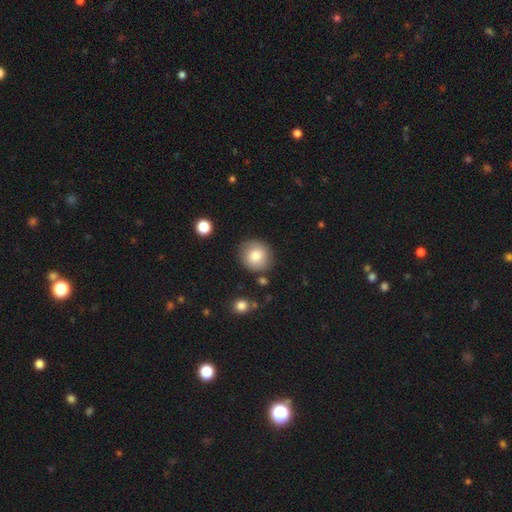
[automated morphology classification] A smooth galaxy with no disk features (80%) that is round (88%). Merging: none (82%).